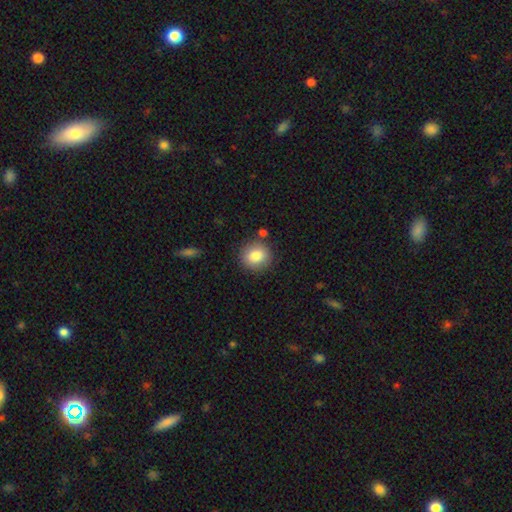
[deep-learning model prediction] Overall: smooth (83%). How rounded: round (83%). Merging: none (84%).